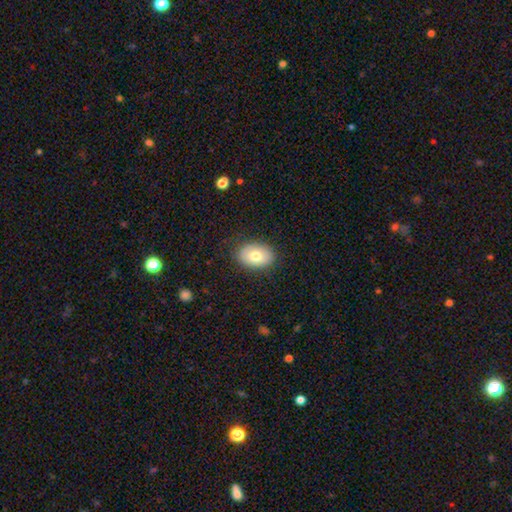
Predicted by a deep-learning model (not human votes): This is likely a smooth galaxy (77%). How rounded: clearly in between (81%). Merging: clearly none (85%).